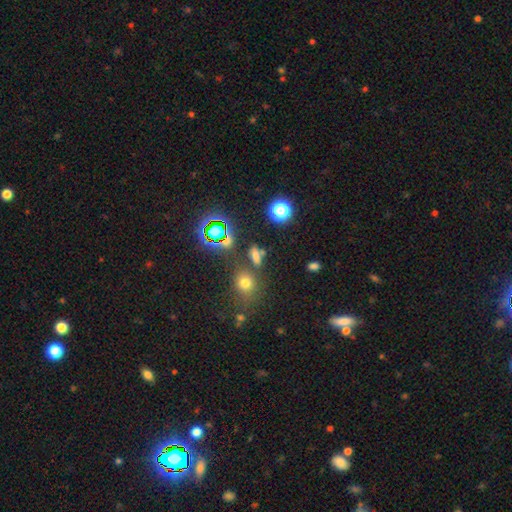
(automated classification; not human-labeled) Smooth or featured: smooth — 56% (star or artifact — 33%)
How rounded: in between — 54% (round — 27%)
Merging: none — 68% (merger — 14%)